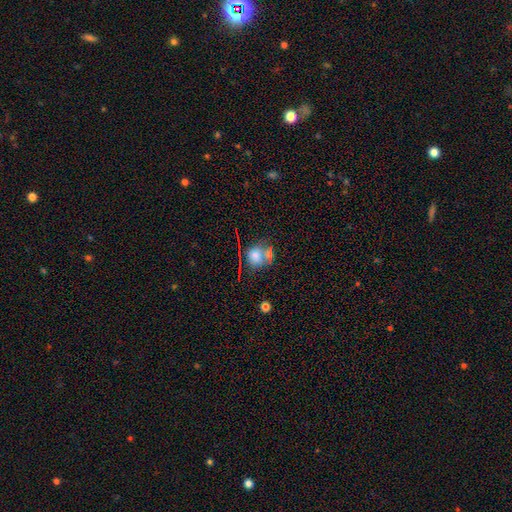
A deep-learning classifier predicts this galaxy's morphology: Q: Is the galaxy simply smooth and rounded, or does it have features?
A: smooth — 67%.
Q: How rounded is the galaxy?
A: round — 72%.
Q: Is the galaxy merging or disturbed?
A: none — 50%.